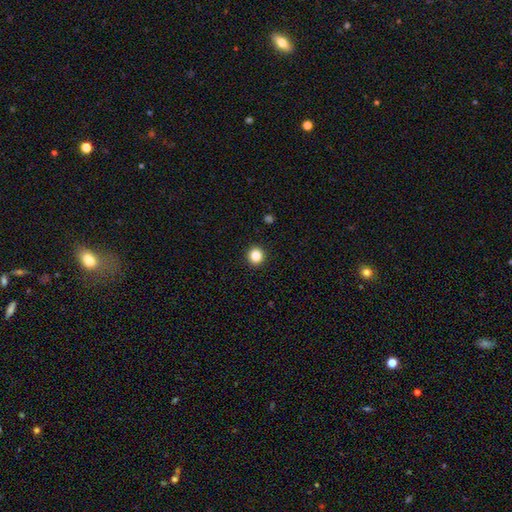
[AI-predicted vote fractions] Smooth or featured?
  - smooth: 85% *
  - star or artifact: 11%
  - featured or disk: 4%
How rounded?
  - round: 92% *
  - in between: 7%
  - cigar-shaped: 1%
Merging?
  - none: 93% *
  - minor disturbance: 4%
  - major disturbance: 2%
  - merger: 1%